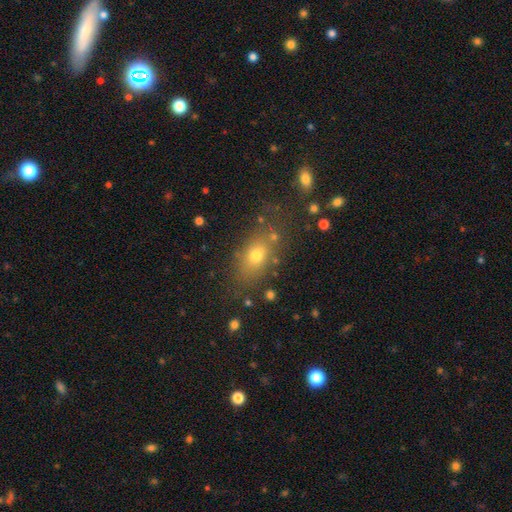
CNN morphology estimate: This is likely a smooth galaxy (63%). How rounded: likely in between (67%). Merging: likely none (75%).